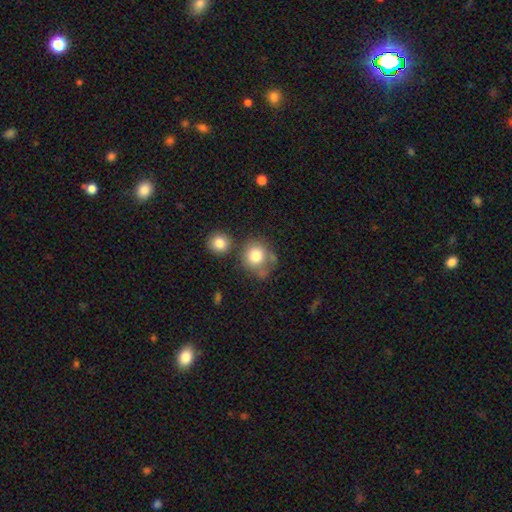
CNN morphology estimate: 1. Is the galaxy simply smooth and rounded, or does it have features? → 79% smooth, 11% featured or disk, 10% star or artifact.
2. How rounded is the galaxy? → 85% round, 14% in between, 1% cigar-shaped.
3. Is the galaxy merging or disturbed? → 57% none, 19% merger, 16% minor disturbance, 7% major disturbance.